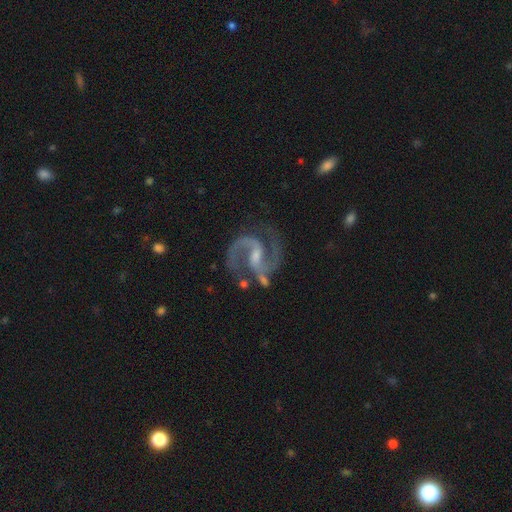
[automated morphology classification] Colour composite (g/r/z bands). It shows a featured or disk galaxy (93%) with a weak bar (48%), 2 (94%) medium (68%) spiral arms (99%) and a small central bulge (54%). Merging: none (74%).